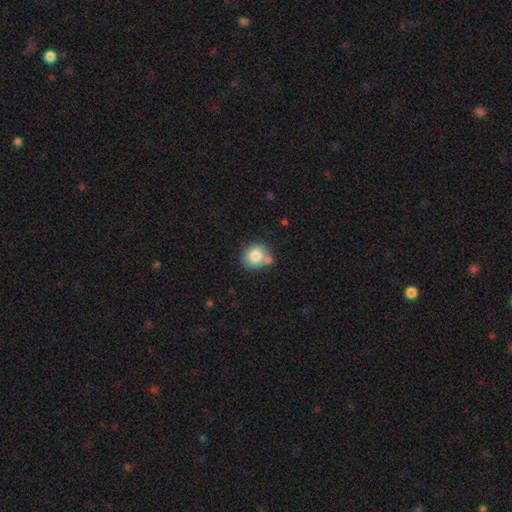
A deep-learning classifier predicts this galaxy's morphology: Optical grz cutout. It shows a smooth galaxy with no disk features (82%) that is round (82%). Merging: none (59%).